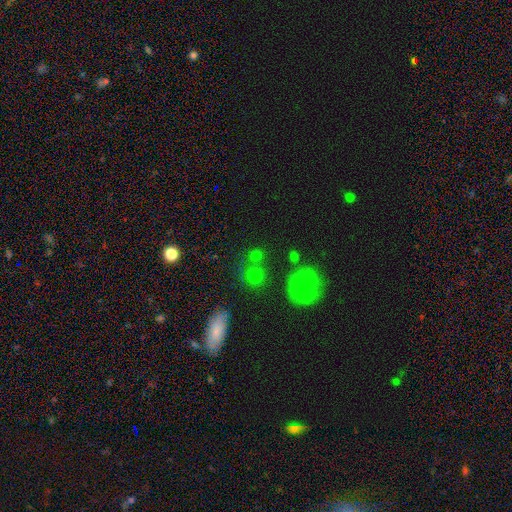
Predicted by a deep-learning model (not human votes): A smooth galaxy with no disk features (65%) that is round (84%). Merging: none (64%).